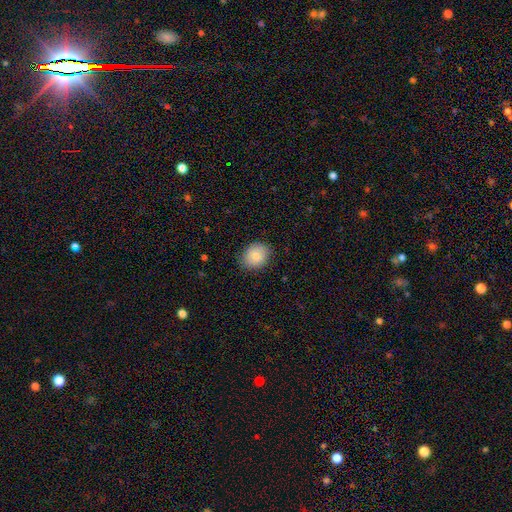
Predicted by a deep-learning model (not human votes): This is clearly a smooth galaxy (84%). How rounded: possibly round (51%). Merging: clearly none (83%).